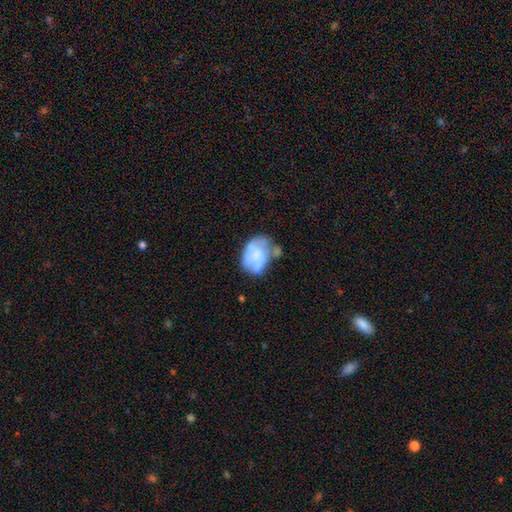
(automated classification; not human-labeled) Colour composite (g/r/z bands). It shows a featured or disk galaxy (49%). Merging: none (35%).